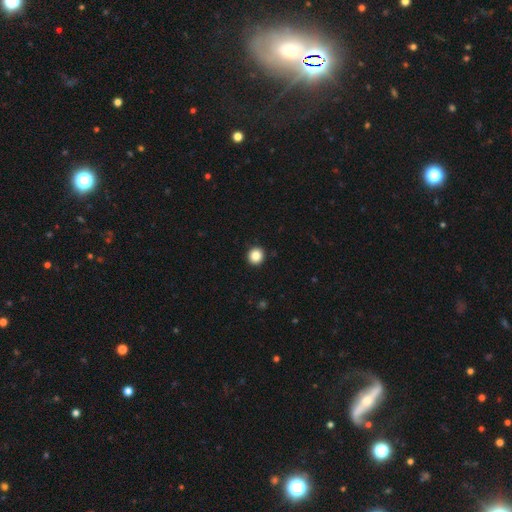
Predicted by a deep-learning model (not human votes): smooth_or_featured: smooth (p=0.86) [alt: star or artifact p=0.10]
how_rounded: round (p=0.93) [alt: in between p=0.06]
merging: none (p=0.94) [alt: minor disturbance p=0.04]